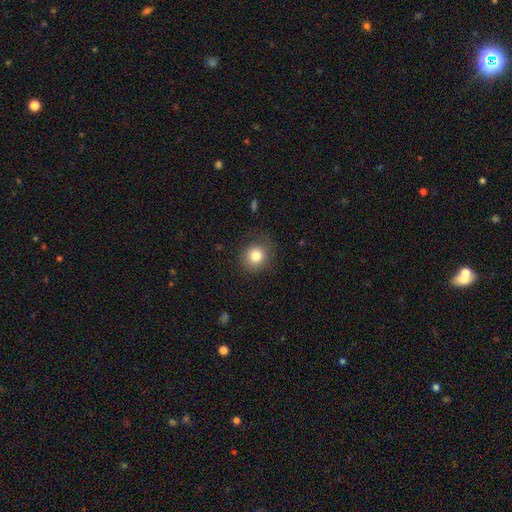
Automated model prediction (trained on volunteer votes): smooth-or-featured: smooth: 81% | star or artifact: 11% | featured or disk: 8%
  how-rounded: round: 83% | in between: 17% | cigar-shaped: 1%
  merging: none: 78% | minor disturbance: 15% | major disturbance: 6% | merger: 1%